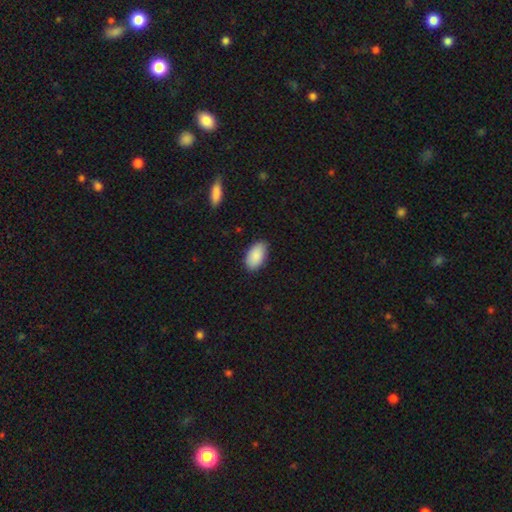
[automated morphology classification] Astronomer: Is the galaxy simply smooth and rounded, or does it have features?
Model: smooth — 90%.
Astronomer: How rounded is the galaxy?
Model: in between — 95%.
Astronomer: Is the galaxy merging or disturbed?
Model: none — 85%.